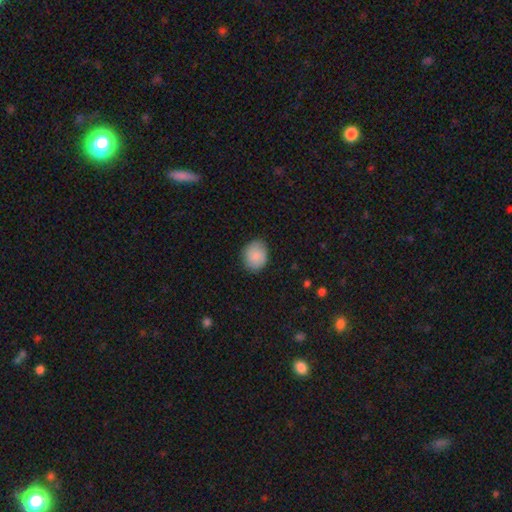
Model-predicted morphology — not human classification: A smooth galaxy with no disk features (87%) that is round (61%). Merging: none (84%).